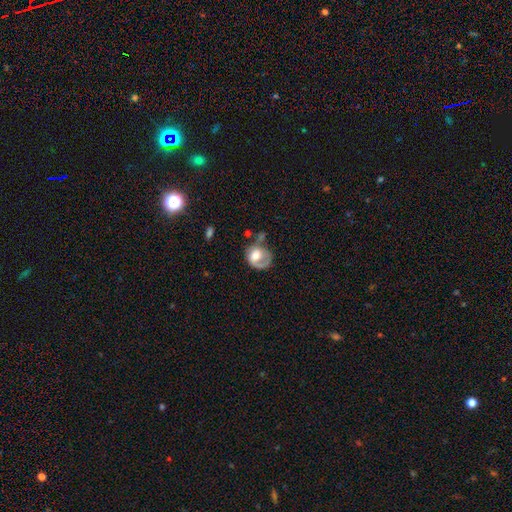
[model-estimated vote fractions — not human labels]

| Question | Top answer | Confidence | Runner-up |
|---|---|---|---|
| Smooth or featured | featured or disk | 49% | smooth (44%) |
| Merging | none | 35% | major disturbance (32%) |